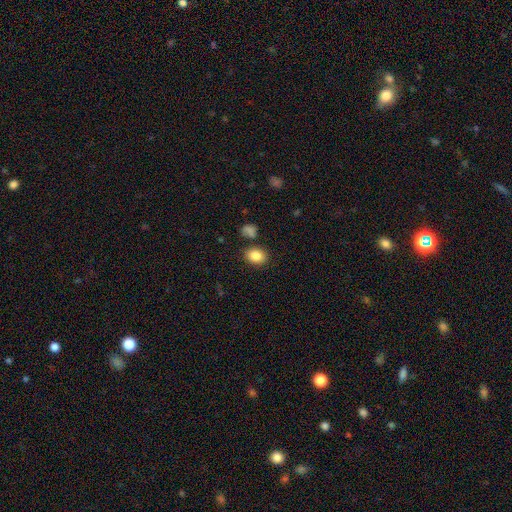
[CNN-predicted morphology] Q: Smooth or featured?
A: smooth (86%); runner-up: star or artifact (9%)
Q: How rounded?
A: in between (60%); runner-up: round (39%)
Q: Merging?
A: none (81%); runner-up: minor disturbance (10%)